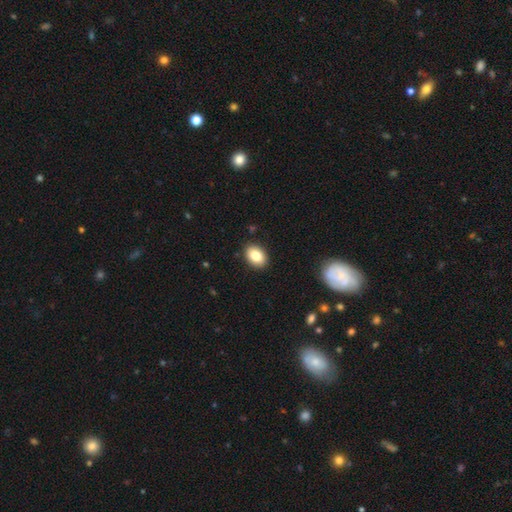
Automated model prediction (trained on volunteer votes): Smooth or featured? smooth (84%)
How rounded? in between (81%)
Merging? none (89%)